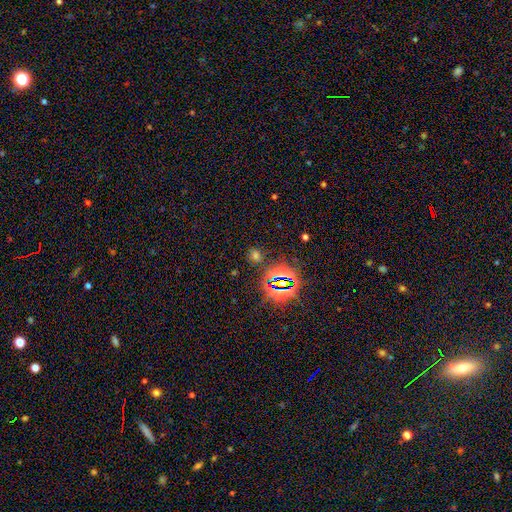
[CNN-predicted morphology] star or artifact 48%, smooth 45%, featured or disk 6%.